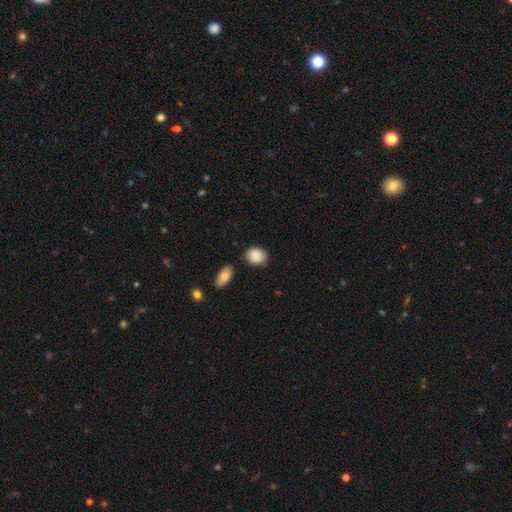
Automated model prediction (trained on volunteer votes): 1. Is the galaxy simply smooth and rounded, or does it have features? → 89% smooth, 6% star or artifact, 5% featured or disk.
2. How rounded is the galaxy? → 60% in between, 38% round, 1% cigar-shaped.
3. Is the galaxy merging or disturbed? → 75% none, 16% minor disturbance, 5% merger, 3% major disturbance.